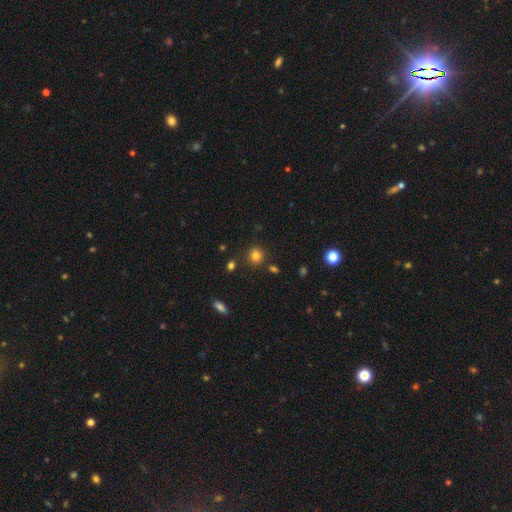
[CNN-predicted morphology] type=smooth (80%); roundness=round (90%); merging=none (86%).